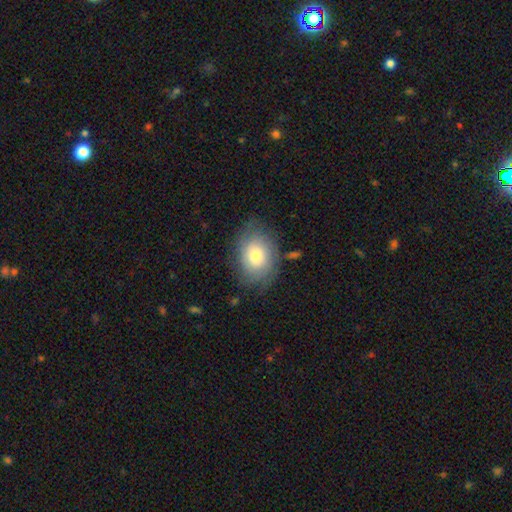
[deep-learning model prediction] smooth 65%, featured or disk 27%, star or artifact 8%. Down the decision tree: how rounded — in between (69%); merging — none (71%).